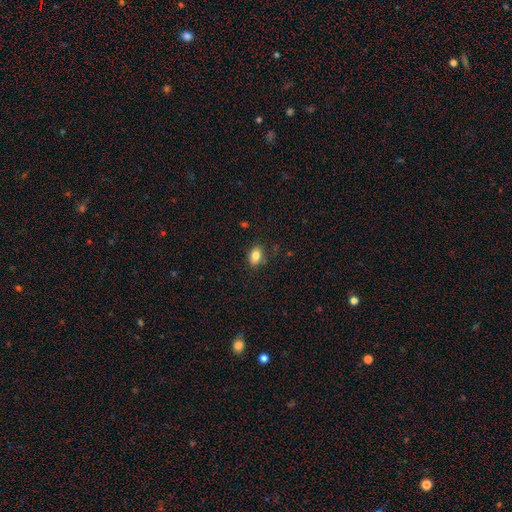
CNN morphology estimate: type=smooth (83%); roundness=in between (83%); merging=none (81%).